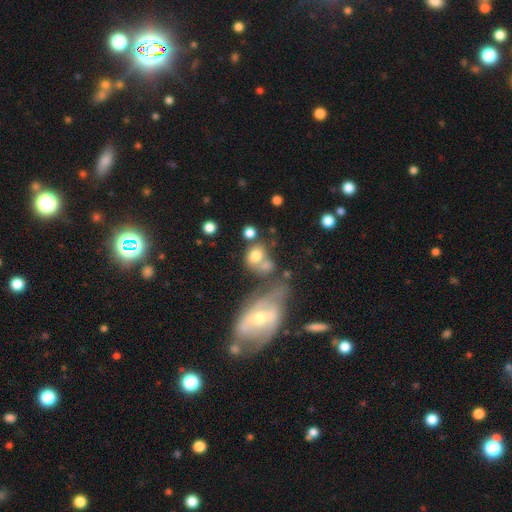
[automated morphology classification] A smooth galaxy with no disk features (68%) that is round (52%). Merging: merger (42%).